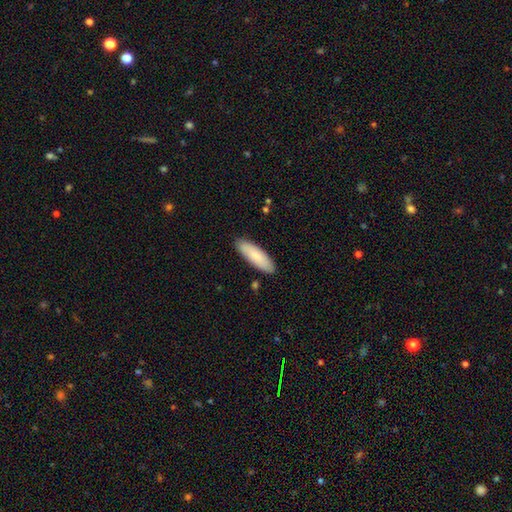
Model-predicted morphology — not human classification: Smooth or featured? Predicted: smooth (p=0.83). How rounded? Predicted: in between (p=0.53). Merging? Predicted: none (p=0.88).